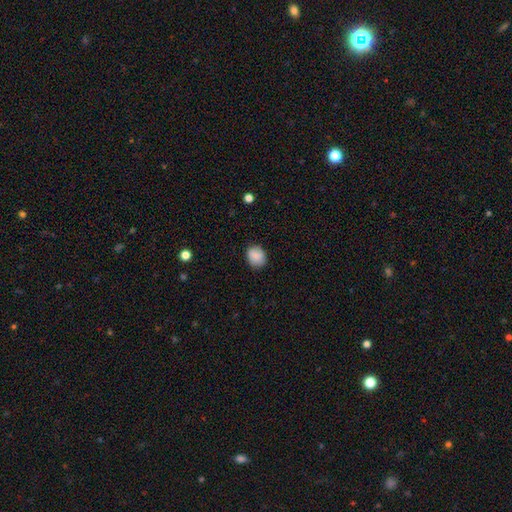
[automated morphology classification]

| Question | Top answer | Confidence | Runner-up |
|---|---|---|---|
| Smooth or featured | smooth | 87% | star or artifact (8%) |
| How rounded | round | 58% | in between (41%) |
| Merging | none | 81% | minor disturbance (15%) |